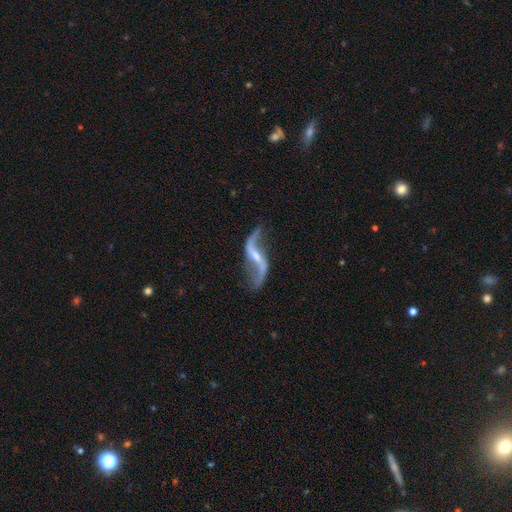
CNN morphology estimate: smooth-or-featured: featured or disk: 91% | star or artifact: 5% | smooth: 4%
  disk-edge-on: no: 93% | yes: 7%
    bar: strong: 39% | weak: 37% | no: 24%
    has-spiral-arms: yes: 97% | no: 3%
      spiral-winding: loose: 93% | medium: 5% | tight: 2%
      spiral-arm-count: 2: 94% | 1: 2% | can't tell: 1% | 3: 1% | 4: 1% | more than 4: 1%
    bulge-size: small: 64% | moderate: 28% | none: 5% | large: 2% | dominant: 1%
  merging: none: 76% | minor disturbance: 14% | major disturbance: 7% | merger: 3%